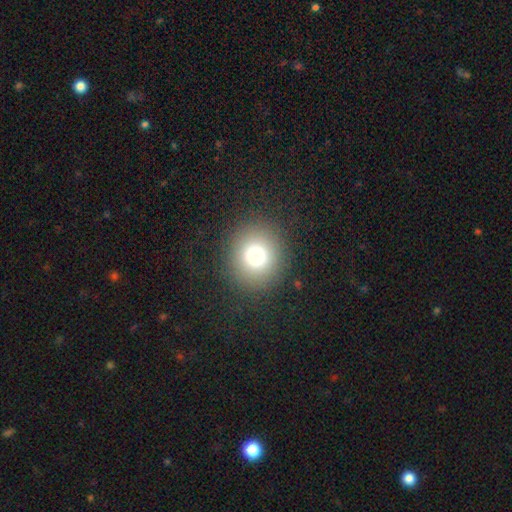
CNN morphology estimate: Overall: smooth (77%). How rounded: round (91%). Merging: none (89%).